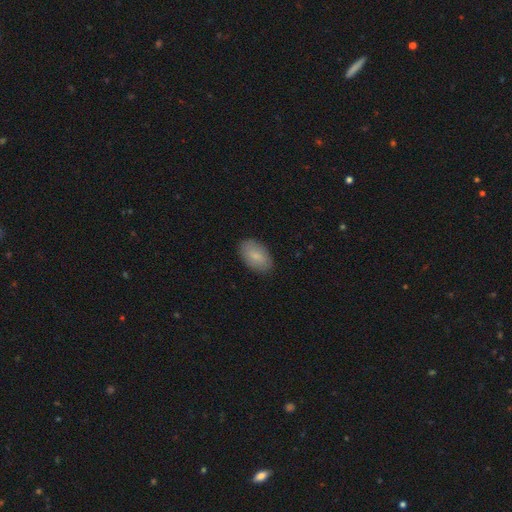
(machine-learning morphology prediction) This is clearly a smooth galaxy (83%). How rounded: clearly in between (94%). Merging: clearly none (86%).